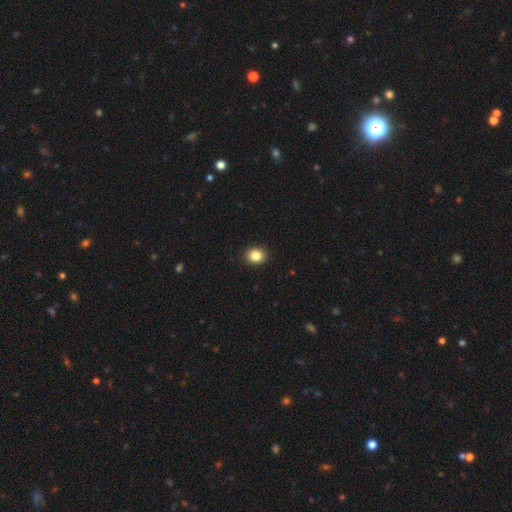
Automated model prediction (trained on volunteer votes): This appears to be a smooth galaxy with no disk features (85%) that is round (67%). Merging: none (92%).